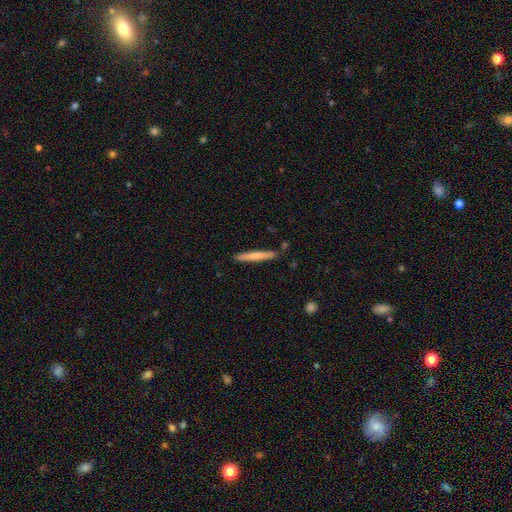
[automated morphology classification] smooth-or-featured: smooth: 66% | featured or disk: 29% | star or artifact: 5%
  how-rounded: cigar-shaped: 96% | in between: 3% | round: 1%
  merging: none: 88% | minor disturbance: 8% | merger: 2% | major disturbance: 2%